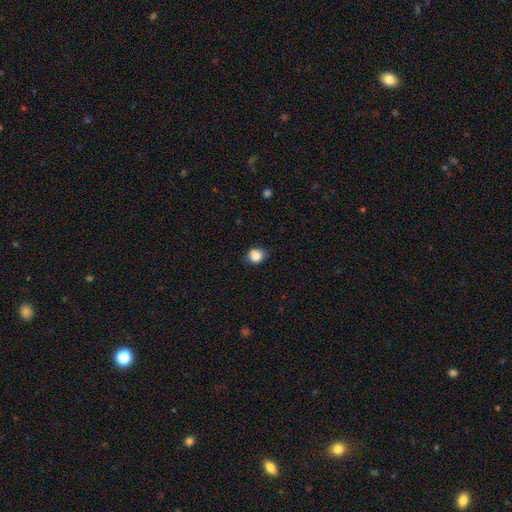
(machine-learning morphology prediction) Q: Smooth or featured?
A: smooth (86%); runner-up: star or artifact (10%)
Q: How rounded?
A: round (75%); runner-up: in between (24%)
Q: Merging?
A: none (74%); runner-up: minor disturbance (21%)